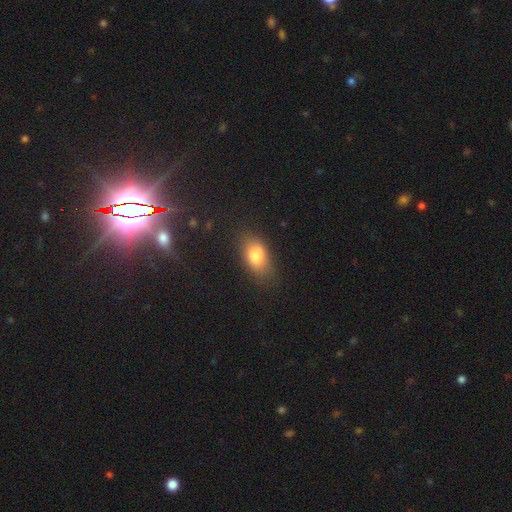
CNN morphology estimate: smooth_or_featured: smooth (p=0.80) [alt: featured or disk p=0.10]
how_rounded: in between (p=0.87) [alt: round p=0.10]
merging: none (p=0.74) [alt: minor disturbance p=0.18]